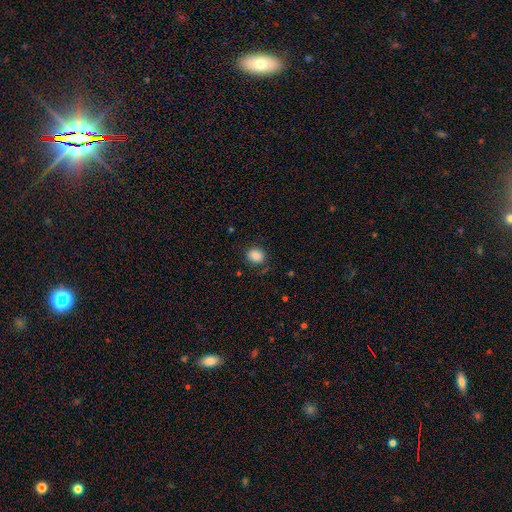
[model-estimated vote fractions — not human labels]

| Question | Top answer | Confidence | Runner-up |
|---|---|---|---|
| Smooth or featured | smooth | 84% | star or artifact (10%) |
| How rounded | round | 68% | in between (31%) |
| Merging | none | 82% | minor disturbance (13%) |